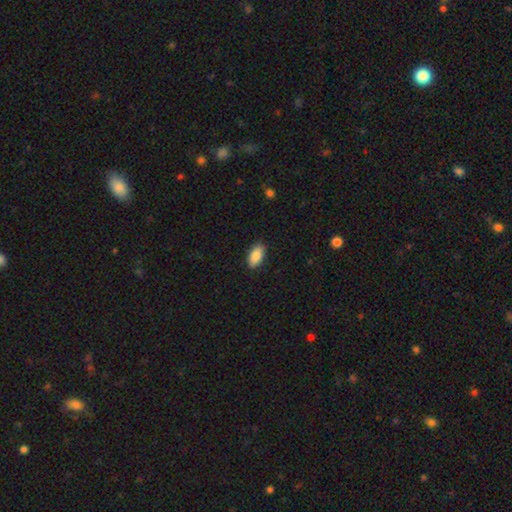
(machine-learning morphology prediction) Smooth or featured?
  - smooth: 87% *
  - star or artifact: 7%
  - featured or disk: 7%
How rounded?
  - in between: 92% *
  - cigar-shaped: 5%
  - round: 3%
Merging?
  - none: 88% *
  - minor disturbance: 9%
  - major disturbance: 2%
  - merger: 1%